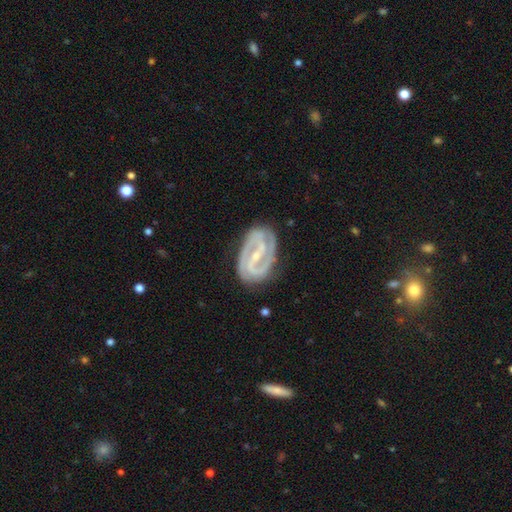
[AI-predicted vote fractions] Smooth or featured?
  - featured or disk: 89% *
  - smooth: 6%
  - star or artifact: 5%
Edge-on disk?
  - no: 96% *
  - yes: 4%
Bar?
  - strong: 56% *
  - weak: 31%
  - no: 13%
Spiral arms?
  - yes: 96% *
  - no: 4%
Spiral winding?
  - tight: 53% *
  - medium: 38%
  - loose: 9%
Spiral arm count?
  - 2: 83% *
  - 3: 6%
  - can't tell: 6%
  - 1: 2%
  - 4: 2%
  - more than 4: 2%
Bulge size?
  - small: 72% *
  - moderate: 23%
  - none: 4%
  - large: 1%
  - dominant: 1%
Merging?
  - none: 79% *
  - minor disturbance: 15%
  - major disturbance: 4%
  - merger: 2%